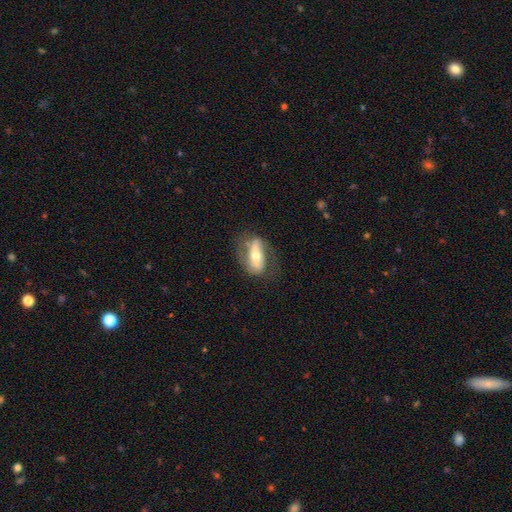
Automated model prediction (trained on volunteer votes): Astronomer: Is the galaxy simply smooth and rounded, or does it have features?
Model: featured or disk — 57% (runner-up: smooth, 36%).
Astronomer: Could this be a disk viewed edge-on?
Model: no — 78%.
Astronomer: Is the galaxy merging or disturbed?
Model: none — 63%.